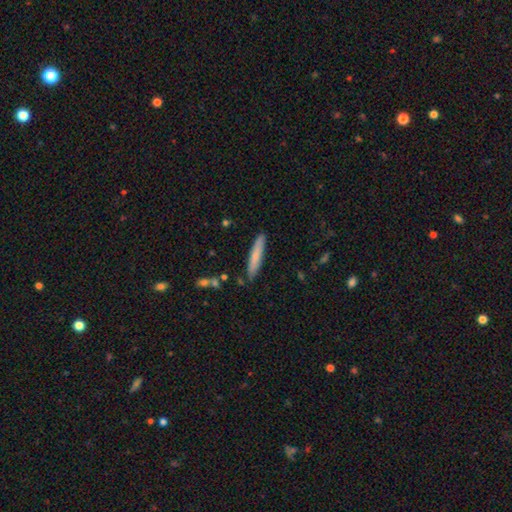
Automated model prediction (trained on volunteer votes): smooth_or_featured: smooth (p=0.74) [alt: featured or disk p=0.20]
how_rounded: cigar-shaped (p=0.92) [alt: in between p=0.07]
merging: none (p=0.87) [alt: minor disturbance p=0.09]